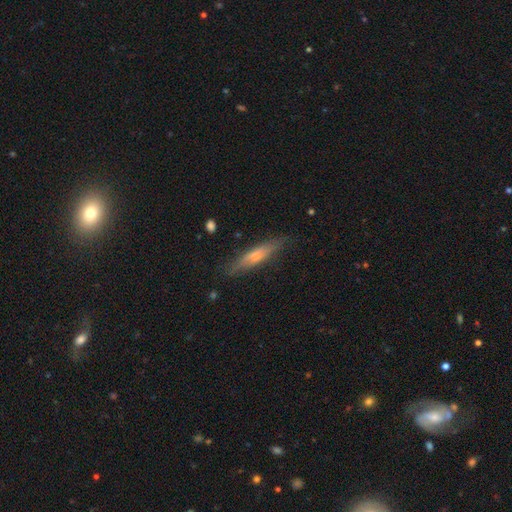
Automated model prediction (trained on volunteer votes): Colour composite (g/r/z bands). It shows a smooth galaxy with no disk features (50%). Merging: none (82%).